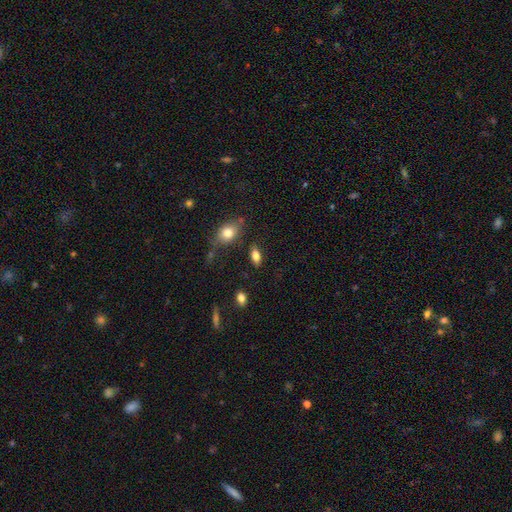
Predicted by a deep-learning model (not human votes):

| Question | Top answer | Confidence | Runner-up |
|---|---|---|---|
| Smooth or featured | smooth | 80% | featured or disk (11%) |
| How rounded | in between | 87% | cigar-shaped (8%) |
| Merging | none | 80% | minor disturbance (12%) |